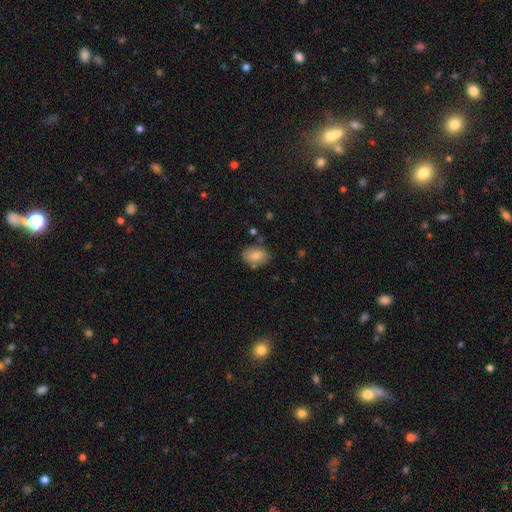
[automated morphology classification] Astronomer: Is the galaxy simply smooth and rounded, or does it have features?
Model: smooth — 79%.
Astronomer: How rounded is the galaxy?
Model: in between — 84%.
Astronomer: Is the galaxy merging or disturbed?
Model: none — 77%.